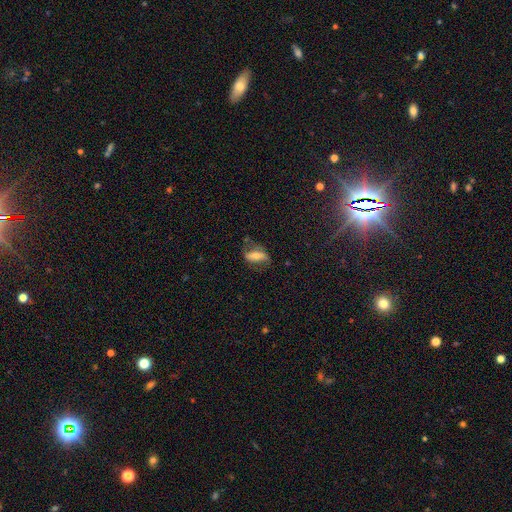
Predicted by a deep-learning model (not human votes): Overall: smooth (47%; featured or disk 43%). Merging: none (55%; minor disturbance 25%).